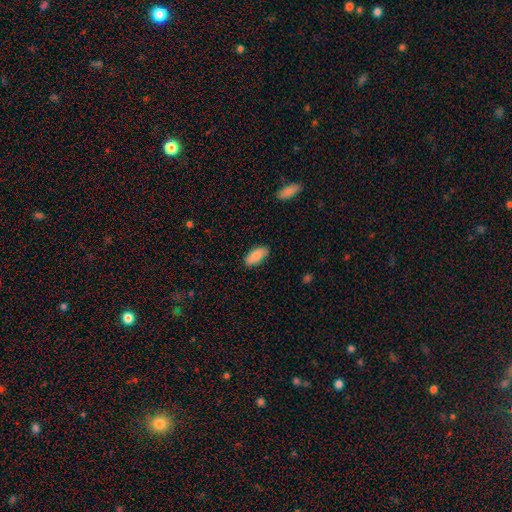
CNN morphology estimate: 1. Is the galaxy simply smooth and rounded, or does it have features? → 86% smooth, 8% featured or disk, 6% star or artifact.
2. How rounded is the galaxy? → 89% in between, 9% cigar-shaped, 2% round.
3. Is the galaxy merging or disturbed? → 85% none, 12% minor disturbance, 2% major disturbance, 1% merger.